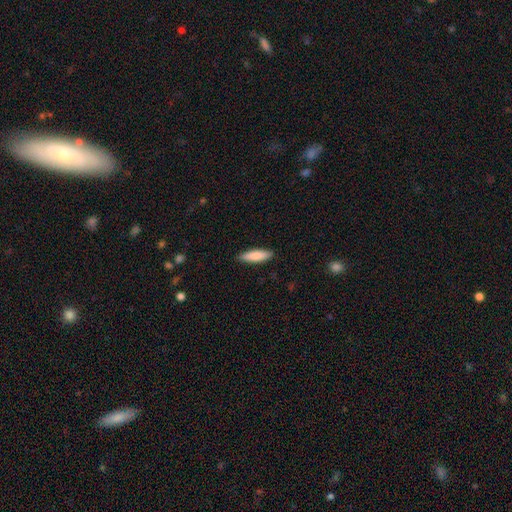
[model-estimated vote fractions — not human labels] A smooth galaxy with no disk features (83%) that is cigar-shaped (62%). Merging: none (90%).